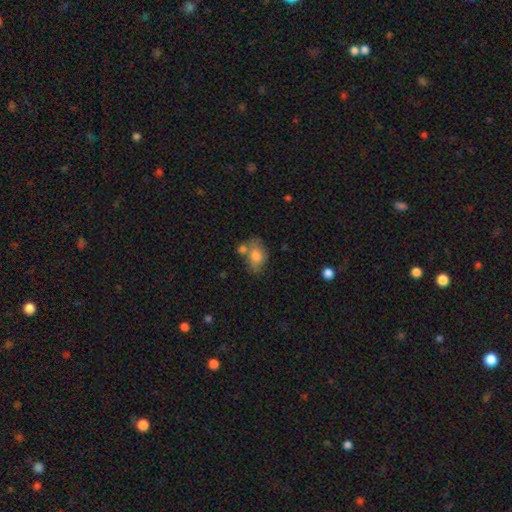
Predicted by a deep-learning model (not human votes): Smooth or featured: smooth — 73% (featured or disk — 18%)
How rounded: in between — 79% (round — 19%)
Merging: none — 44% (merger — 25%)